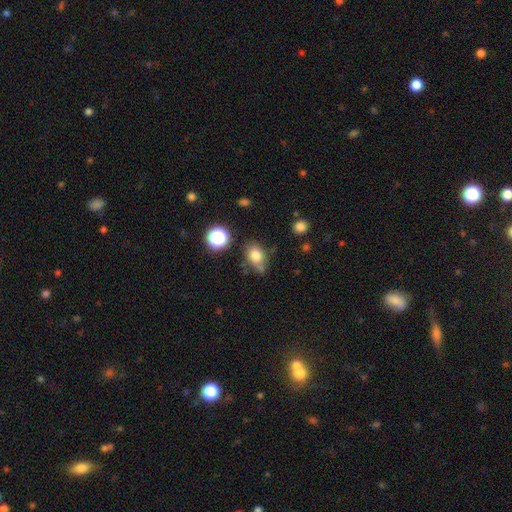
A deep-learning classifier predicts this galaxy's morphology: Q: Smooth or featured?
A: smooth (76%); runner-up: featured or disk (12%)
Q: How rounded?
A: in between (73%); runner-up: round (25%)
Q: Merging?
A: none (61%); runner-up: minor disturbance (26%)